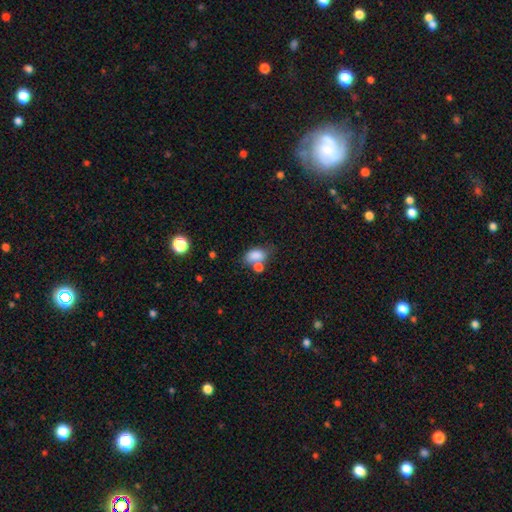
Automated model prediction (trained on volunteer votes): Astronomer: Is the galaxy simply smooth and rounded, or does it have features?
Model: smooth — 81%.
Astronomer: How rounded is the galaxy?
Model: in between — 87%.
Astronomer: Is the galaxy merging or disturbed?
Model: none — 41% (runner-up: merger, 34%).